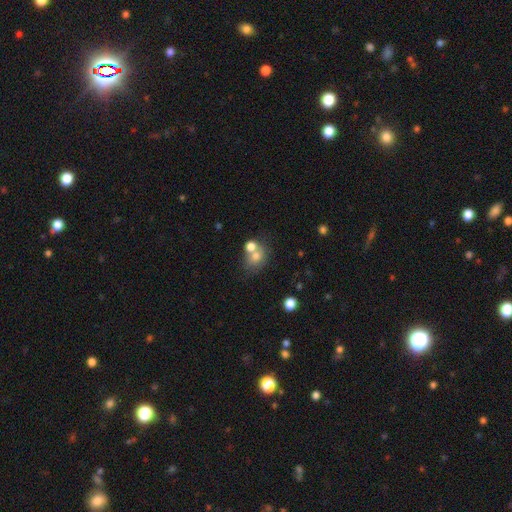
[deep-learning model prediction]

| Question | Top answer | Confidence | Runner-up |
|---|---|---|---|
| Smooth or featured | smooth | 71% | featured or disk (16%) |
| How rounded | round | 64% | in between (35%) |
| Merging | merger | 43% | none (42%) |